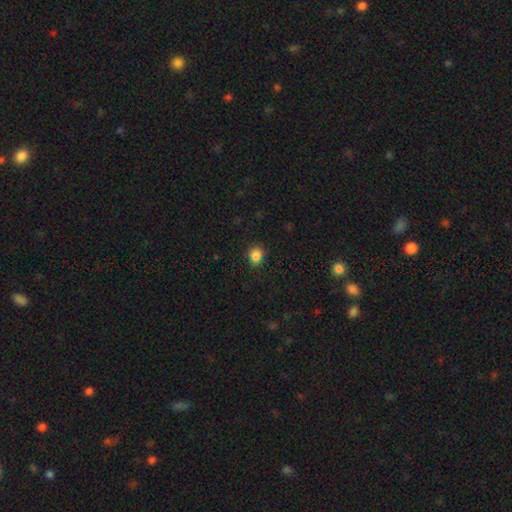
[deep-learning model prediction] Smooth or featured? smooth (85%)
How rounded? round (61%)
Merging? none (87%)